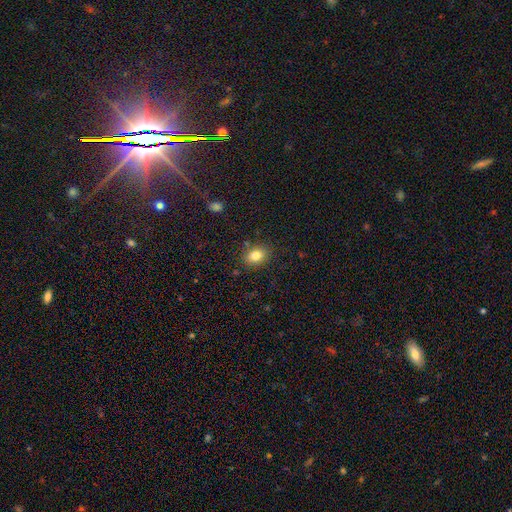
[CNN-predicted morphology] Smooth or featured?
  - smooth: 81% *
  - star or artifact: 10%
  - featured or disk: 9%
How rounded?
  - in between: 66% *
  - round: 33%
  - cigar-shaped: 1%
Merging?
  - none: 85% *
  - minor disturbance: 10%
  - major disturbance: 3%
  - merger: 2%